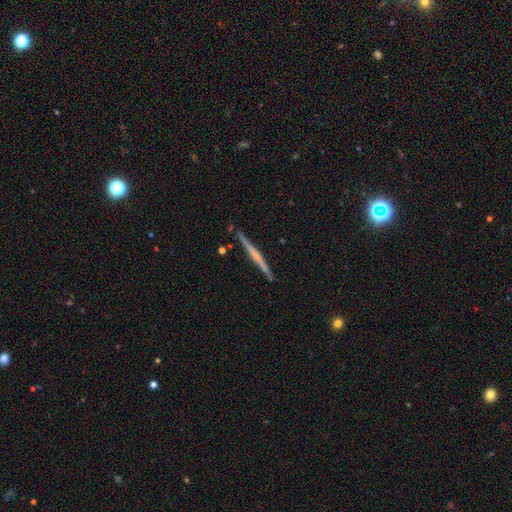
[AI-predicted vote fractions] featured or disk 63%, smooth 32%, star or artifact 5%. Down the decision tree: edge-on disk — yes (98%); edge-on bulge — none (66%); merging — none (90%).